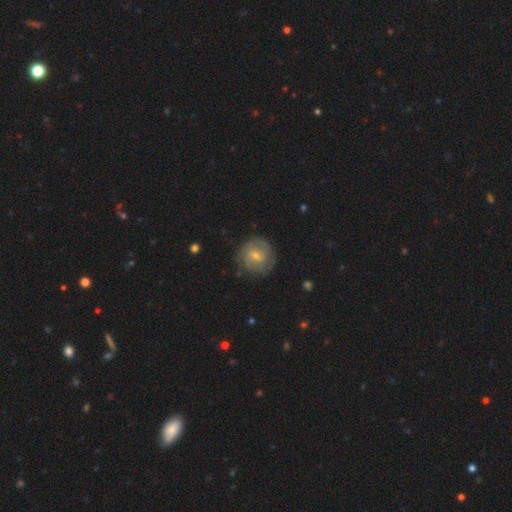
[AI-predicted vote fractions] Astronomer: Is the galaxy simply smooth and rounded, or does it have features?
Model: featured or disk — 62%.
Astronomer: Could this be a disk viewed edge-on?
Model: no — 97%.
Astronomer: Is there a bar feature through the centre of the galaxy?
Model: weak — 52% (runner-up: no, 39%).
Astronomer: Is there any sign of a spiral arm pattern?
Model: yes — 82%.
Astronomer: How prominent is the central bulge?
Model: small — 58% (runner-up: moderate, 38%).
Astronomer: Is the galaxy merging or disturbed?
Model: none — 76%.